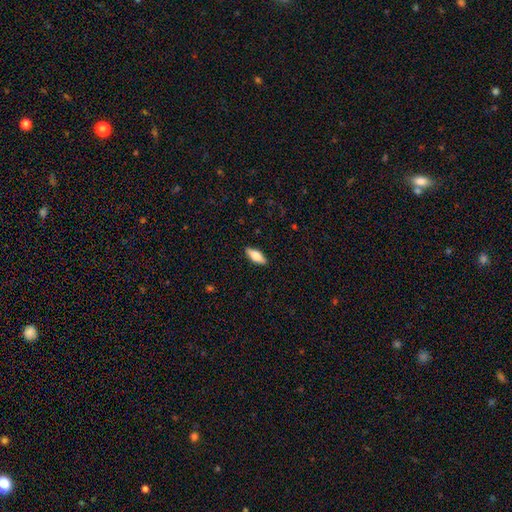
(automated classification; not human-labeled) A smooth galaxy with no disk features (67%) that is in between round and cigar-shaped (73%).

Vote fractions:
- Smooth or featured? smooth: 67% / featured or disk: 27% / star or artifact: 6%
- How rounded? in between: 73% / cigar-shaped: 25% / round: 2%
- Merging? none: 89% / minor disturbance: 8% / major disturbance: 2% / merger: 1%